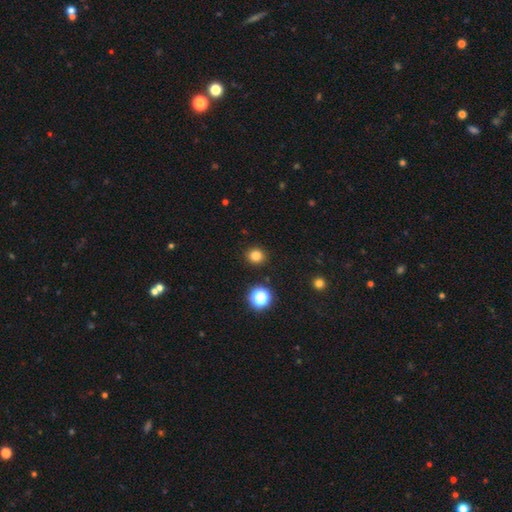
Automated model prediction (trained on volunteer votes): A smooth galaxy with no disk features (81%) that is round (83%). Merging: none (90%).